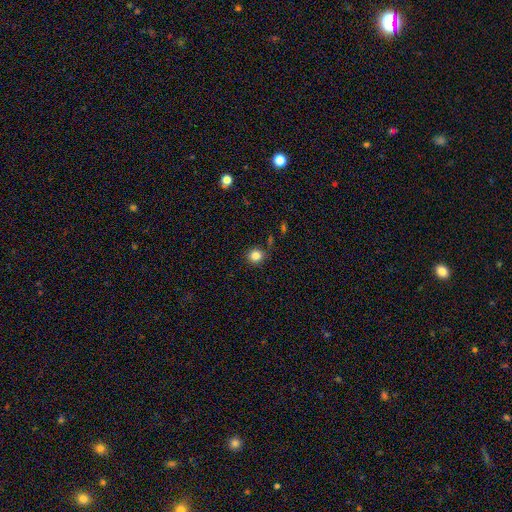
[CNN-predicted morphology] Smooth or featured?
  - smooth: 84% *
  - star or artifact: 11%
  - featured or disk: 5%
How rounded?
  - round: 87% *
  - in between: 12%
  - cigar-shaped: 1%
Merging?
  - none: 86% *
  - minor disturbance: 8%
  - merger: 3%
  - major disturbance: 2%